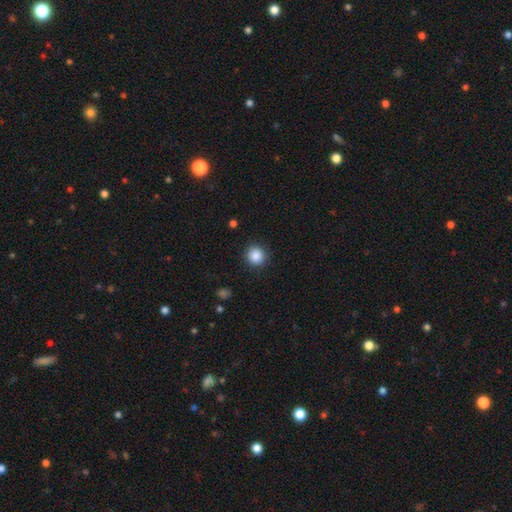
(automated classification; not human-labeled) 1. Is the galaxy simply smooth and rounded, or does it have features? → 87% smooth, 9% star or artifact, 3% featured or disk.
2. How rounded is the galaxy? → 91% round, 8% in between, 1% cigar-shaped.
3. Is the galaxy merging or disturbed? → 90% none, 7% minor disturbance, 2% major disturbance, 1% merger.